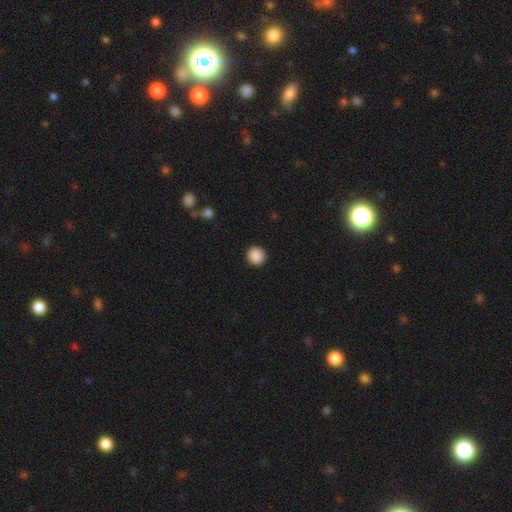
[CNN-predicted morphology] Overall: smooth (89%). How rounded: round (95%). Merging: none (93%).